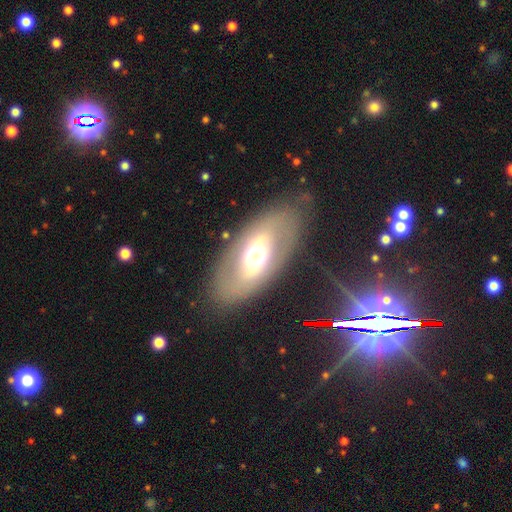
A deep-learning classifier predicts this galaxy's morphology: This is possibly a featured or disk galaxy (53%). It is clearly not viewed edge-on (85%). Merging: likely none (75%).